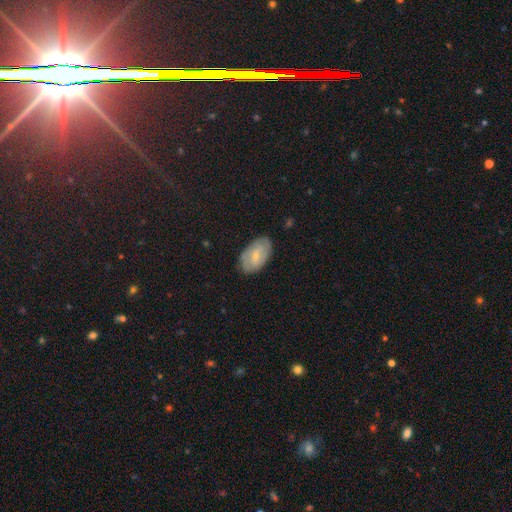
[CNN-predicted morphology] type=featured or disk (51%); edge-on=no (94%); merging=none (81%).